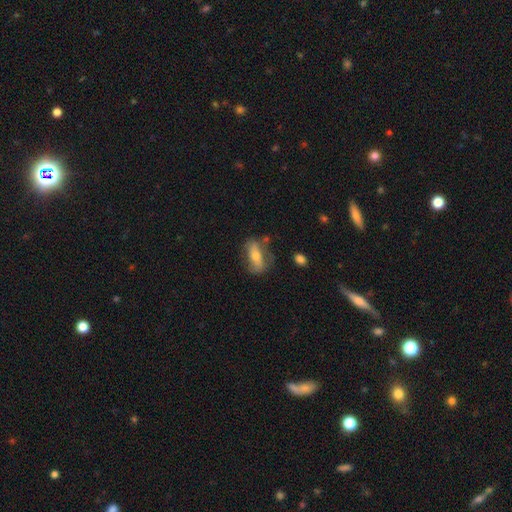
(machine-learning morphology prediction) A smooth galaxy with no disk features (49%).

Vote fractions:
- Smooth or featured? smooth: 49% / featured or disk: 44% / star or artifact: 7%
- Merging? none: 64% / minor disturbance: 22% / major disturbance: 10% / merger: 4%